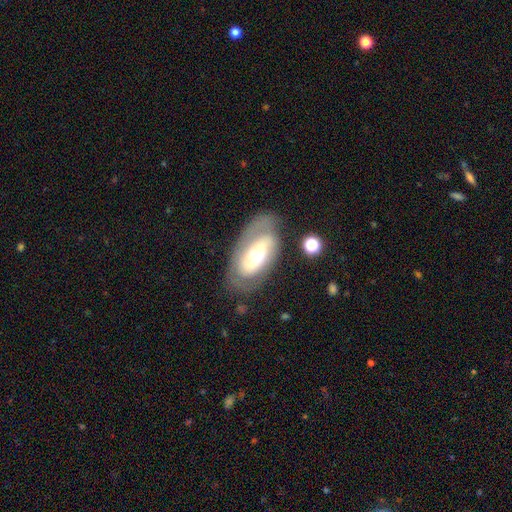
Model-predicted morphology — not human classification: type=featured or disk (66%); edge-on=no (91%); bar=no (56%); spiral arms=yes (63%); bulge=moderate (66%); merging=none (69%).